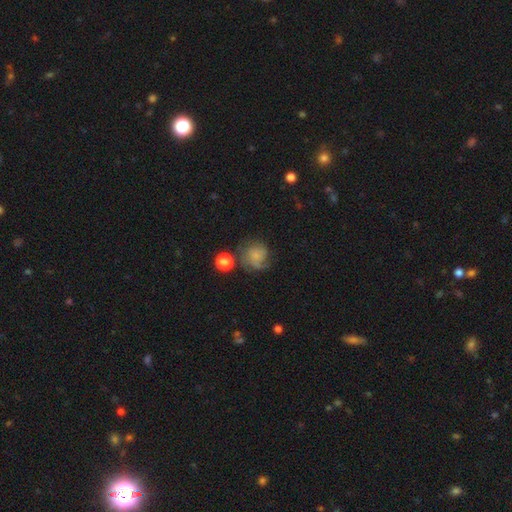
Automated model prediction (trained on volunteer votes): This is possibly a smooth galaxy (46%). Merging: possibly none (51%).